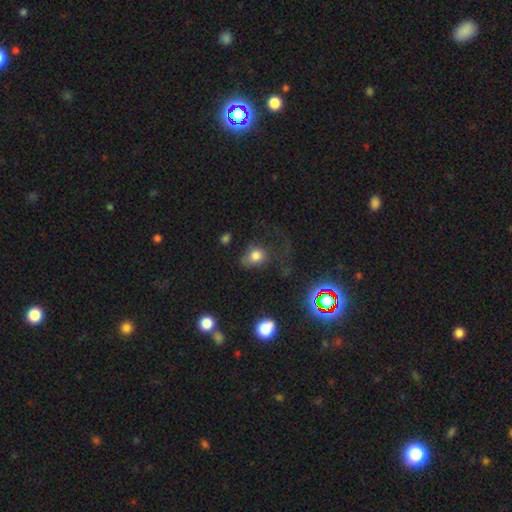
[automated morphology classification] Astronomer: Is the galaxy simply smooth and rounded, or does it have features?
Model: smooth — 74%.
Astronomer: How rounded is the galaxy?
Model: round — 50% (runner-up: in between, 48%).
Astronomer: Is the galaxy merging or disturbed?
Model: none — 40% (runner-up: major disturbance, 33%).